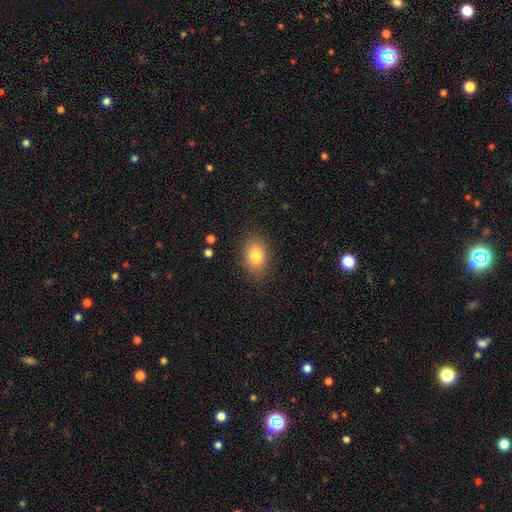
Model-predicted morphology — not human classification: smooth_or_featured: smooth (p=0.81) [alt: star or artifact p=0.10]
how_rounded: in between (p=0.74) [alt: round p=0.25]
merging: none (p=0.86) [alt: minor disturbance p=0.10]